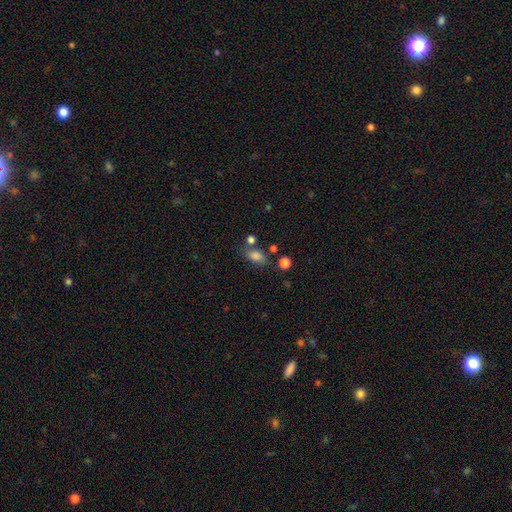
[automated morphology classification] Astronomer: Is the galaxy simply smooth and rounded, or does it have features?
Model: smooth — 80%.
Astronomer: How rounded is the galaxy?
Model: in between — 82%.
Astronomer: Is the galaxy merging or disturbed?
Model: none — 58%.